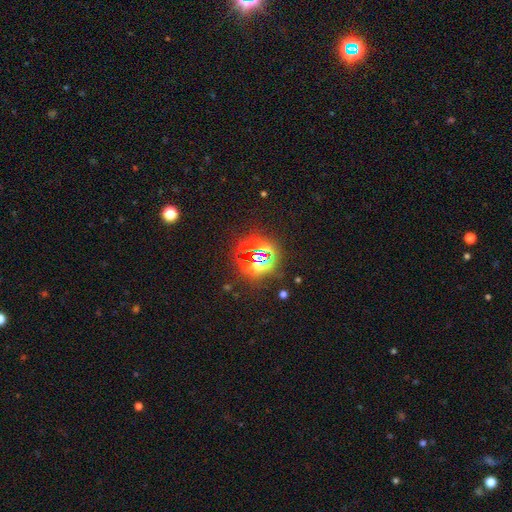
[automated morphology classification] A star or artifact, not a galaxy (76%).

Vote fractions:
- Smooth or featured? star or artifact: 76% / smooth: 15% / featured or disk: 9%